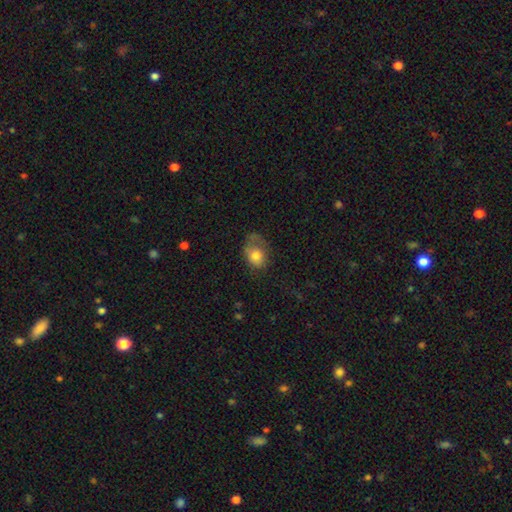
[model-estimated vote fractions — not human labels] Smooth or featured?
  - smooth: 74% *
  - featured or disk: 18%
  - star or artifact: 8%
How rounded?
  - in between: 69% *
  - round: 30%
  - cigar-shaped: 1%
Merging?
  - none: 37% *
  - minor disturbance: 33%
  - major disturbance: 27%
  - merger: 3%